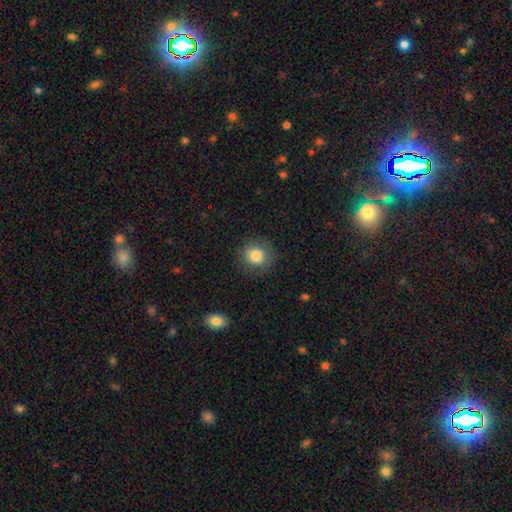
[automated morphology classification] This appears to be a smooth galaxy with no disk features (83%) that is round (86%). Merging: none (85%).